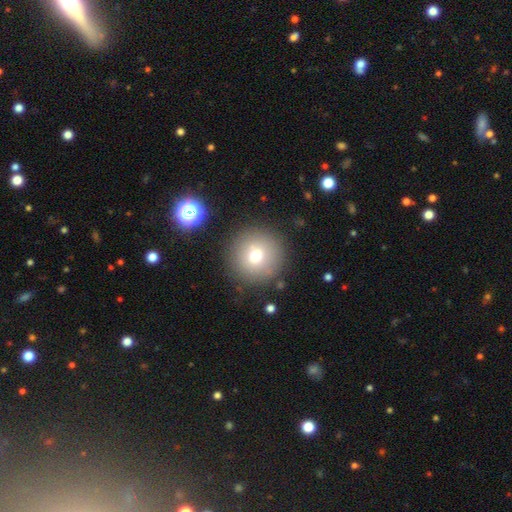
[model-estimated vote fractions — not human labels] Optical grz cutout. It shows a smooth galaxy with no disk features (72%) that is round (96%). Merging: none (87%).